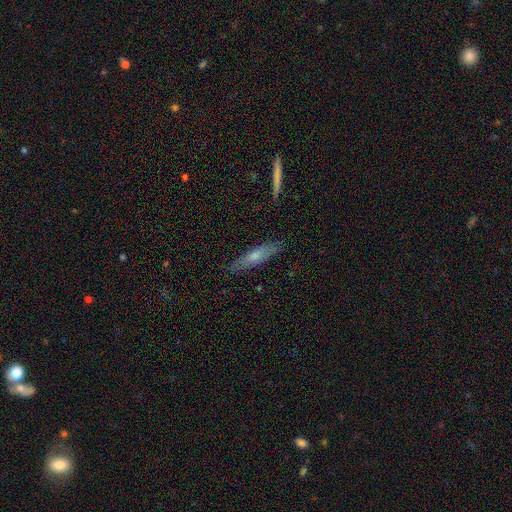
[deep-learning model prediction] A smooth galaxy with no disk features (55%) that is cigar-shaped (78%).

Vote fractions:
- Smooth or featured? smooth: 55% / featured or disk: 38% / star or artifact: 7%
- How rounded? cigar-shaped: 78% / in between: 20% / round: 2%
- Merging? none: 83% / minor disturbance: 13% / major disturbance: 2% / merger: 1%